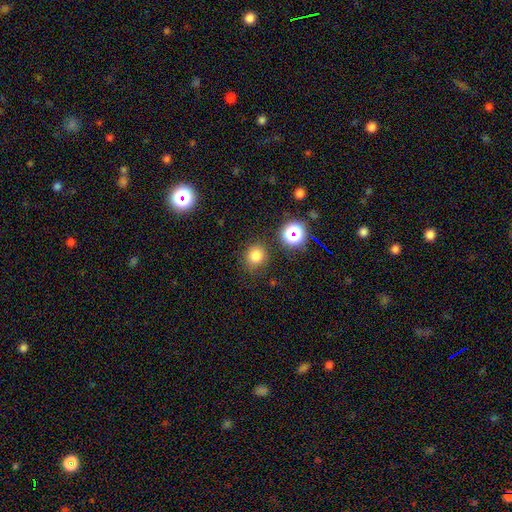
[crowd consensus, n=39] A smooth galaxy with no disk features (87%) that is round (97%).

Vote fractions:
- Smooth or featured? smooth: 87% / star or artifact: 10% / featured or disk: 3%
- How rounded? round: 97% / in between: 3% / cigar-shaped: 0%
- Merging? none: 91% / minor disturbance: 9% / major disturbance: 0% / merger: 0%